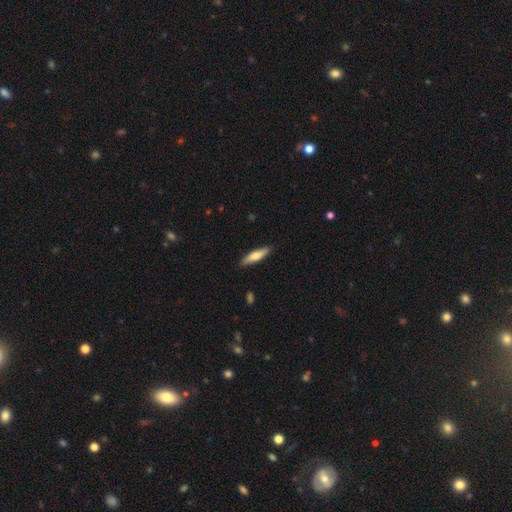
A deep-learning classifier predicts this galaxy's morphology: Smooth or featured: smooth — 70% (featured or disk — 24%)
How rounded: cigar-shaped — 74% (in between — 24%)
Merging: none — 87% (minor disturbance — 10%)